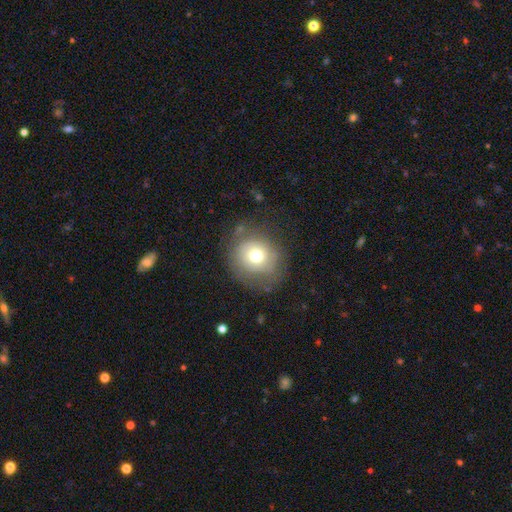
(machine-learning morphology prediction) Overall: smooth (67%). How rounded: round (86%). Merging: none (68%).